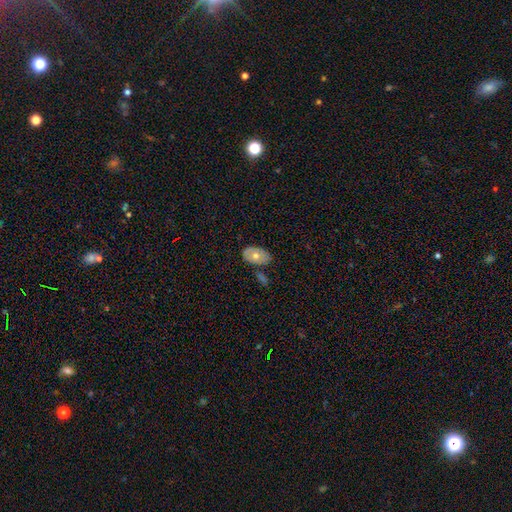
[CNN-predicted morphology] This appears to be a smooth galaxy with no disk features (54%) that is in between round and cigar-shaped (88%). Merging: none (73%).